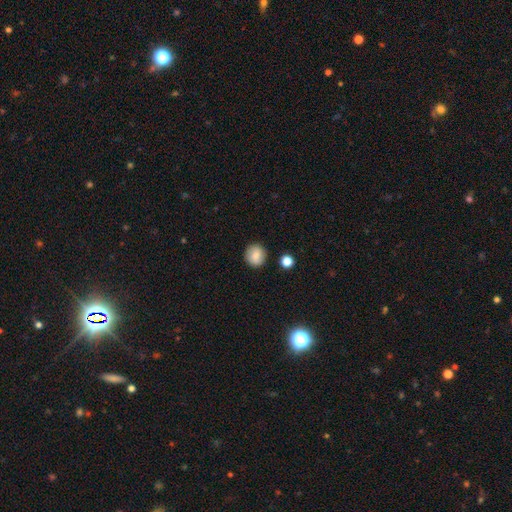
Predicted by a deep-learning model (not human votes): smooth_or_featured: smooth (p=0.82) [alt: featured or disk p=0.10]
how_rounded: round (p=0.92) [alt: in between p=0.07]
merging: none (p=0.89) [alt: minor disturbance p=0.07]